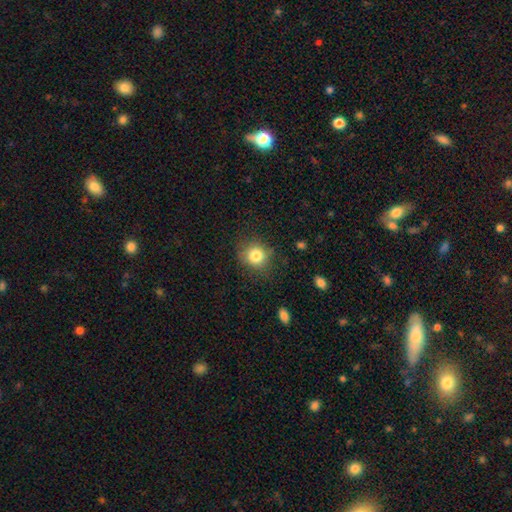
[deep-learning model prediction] Q: Smooth or featured?
A: smooth (82%); runner-up: star or artifact (11%)
Q: How rounded?
A: round (85%); runner-up: in between (14%)
Q: Merging?
A: none (81%); runner-up: minor disturbance (13%)